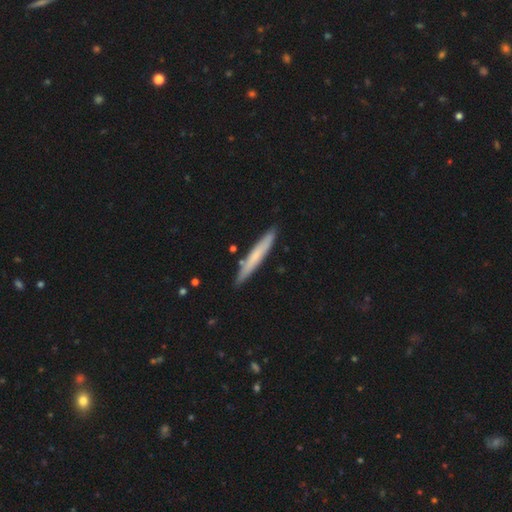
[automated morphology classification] smooth 60%, featured or disk 35%, star or artifact 6%. Down the decision tree: how rounded — cigar-shaped (96%); merging — none (87%).